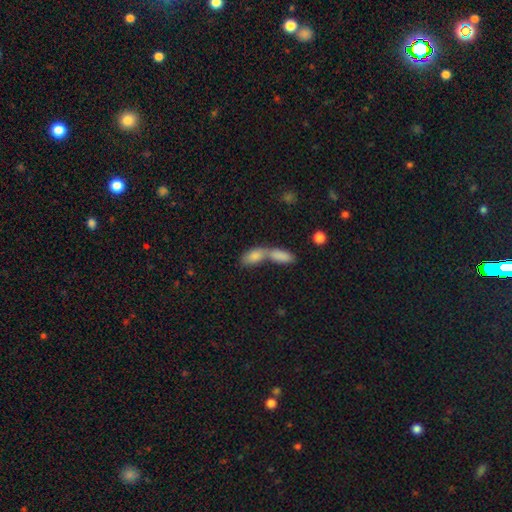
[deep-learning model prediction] A smooth galaxy with no disk features (79%) that is in between round and cigar-shaped (83%). Merging: merger (68%).